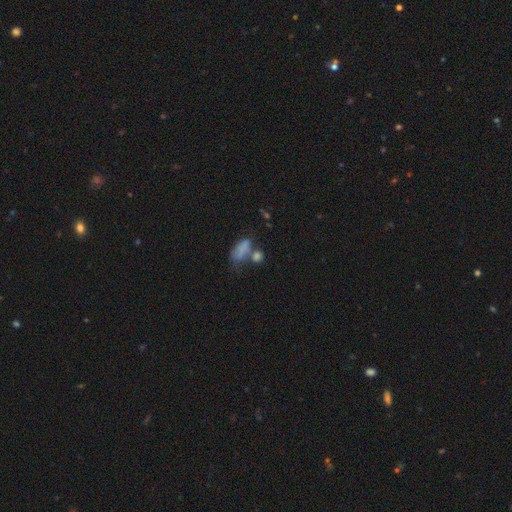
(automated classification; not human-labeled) A smooth galaxy with no disk features (67%) that is in between round and cigar-shaped (78%). Merging: merger (38%).